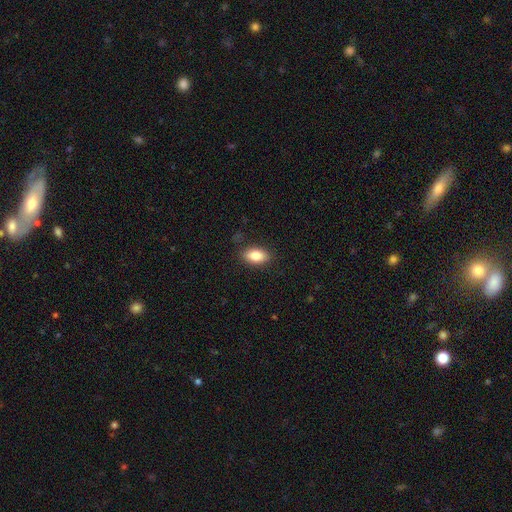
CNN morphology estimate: Smooth or featured: smooth — 83% (featured or disk — 10%)
How rounded: in between — 89% (round — 7%)
Merging: none — 86% (minor disturbance — 11%)